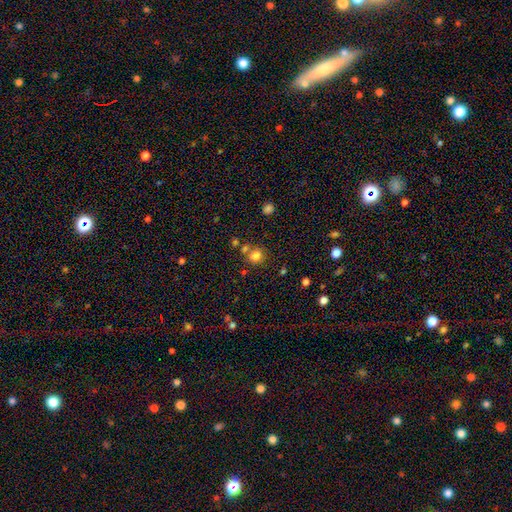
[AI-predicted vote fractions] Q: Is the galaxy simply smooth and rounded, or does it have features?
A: smooth — 78%.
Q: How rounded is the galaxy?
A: round — 85%.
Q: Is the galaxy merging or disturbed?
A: none — 68%.